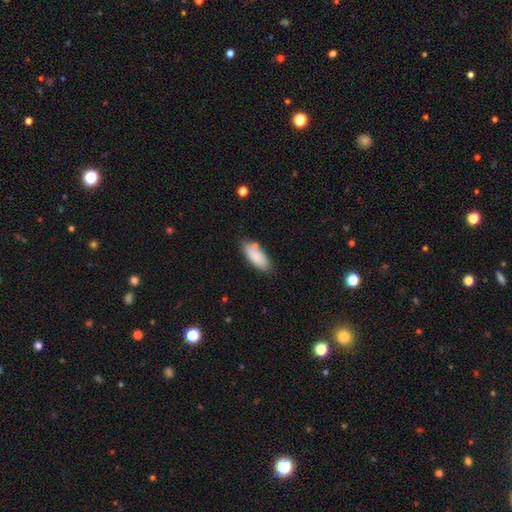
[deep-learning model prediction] Smooth or featured? Predicted: smooth (p=0.85). How rounded? Predicted: in between (p=0.78). Merging? Predicted: none (p=0.74).